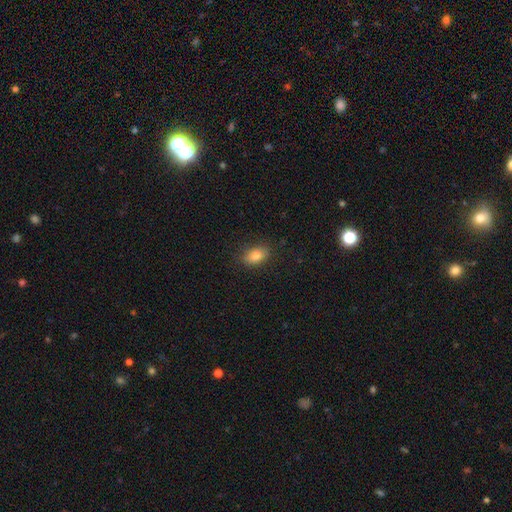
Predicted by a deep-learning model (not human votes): Smooth or featured?
  - smooth: 81% *
  - star or artifact: 10%
  - featured or disk: 9%
How rounded?
  - in between: 84% *
  - round: 13%
  - cigar-shaped: 3%
Merging?
  - none: 84% *
  - minor disturbance: 12%
  - major disturbance: 3%
  - merger: 1%